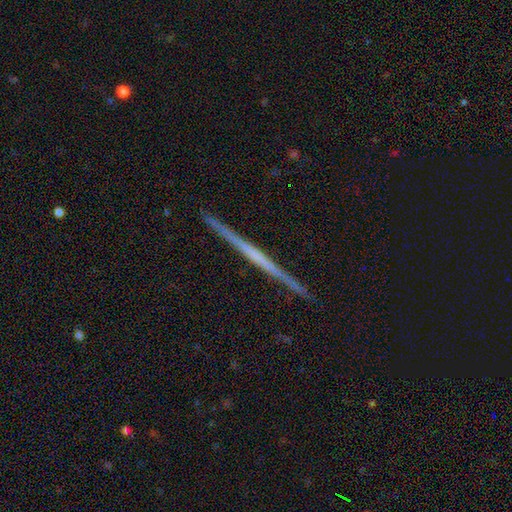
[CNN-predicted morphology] A featured or disk galaxy (71%) viewed edge-on (98%) with no central bulge (85%). Merging: none (93%).